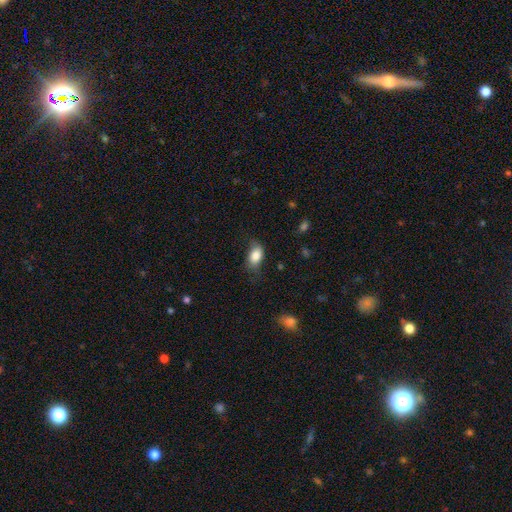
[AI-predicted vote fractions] This is clearly a smooth galaxy (83%). How rounded: clearly in between (89%). Merging: likely none (60%).